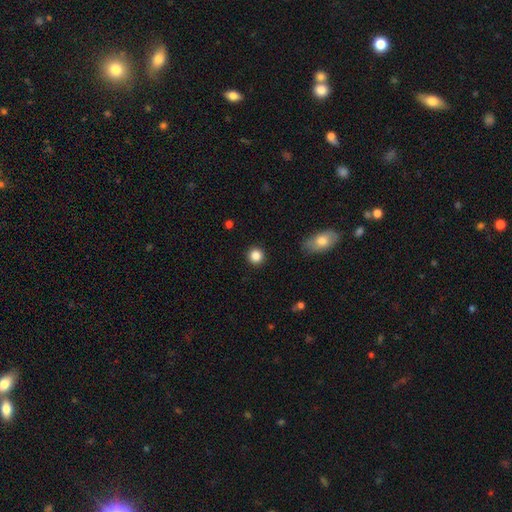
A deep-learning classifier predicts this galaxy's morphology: Smooth or featured: smooth — 85% (star or artifact — 10%)
How rounded: round — 94% (in between — 5%)
Merging: none — 92% (minor disturbance — 5%)